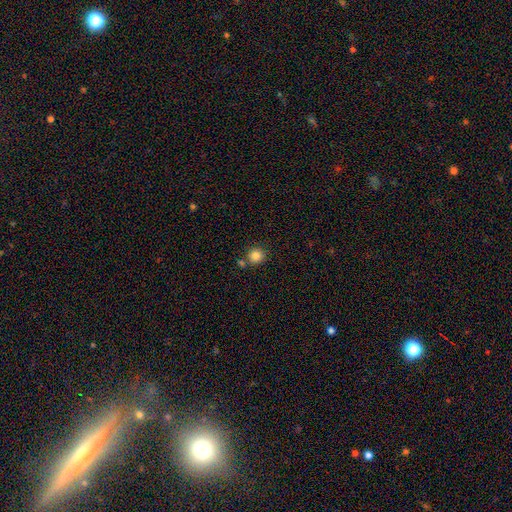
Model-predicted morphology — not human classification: A smooth galaxy with no disk features (84%) that is round (92%).

Vote fractions:
- Smooth or featured? smooth: 84% / star or artifact: 11% / featured or disk: 5%
- How rounded? round: 92% / in between: 7% / cigar-shaped: 1%
- Merging? none: 78% / merger: 12% / minor disturbance: 8% / major disturbance: 2%